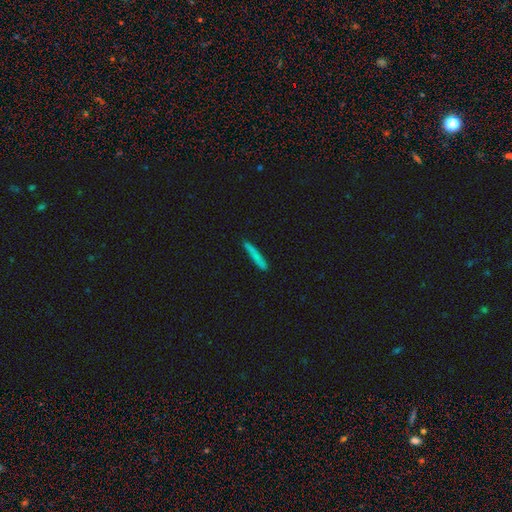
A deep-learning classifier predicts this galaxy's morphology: A smooth galaxy with no disk features (75%) that is cigar-shaped (95%). Merging: none (85%).